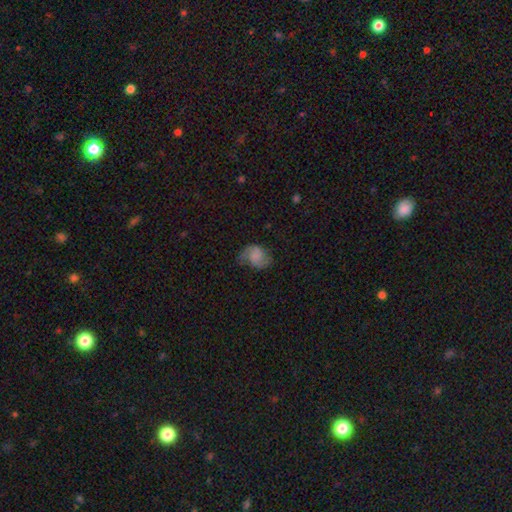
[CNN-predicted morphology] The model was most divided on "smooth or featured": featured or disk: 54%, smooth: 37%, star or artifact: 9%. More confident: edge-on disk — no (98%); spiral arms — yes (90%); bar — no (62%); merging — none (60%); bulge size — none (53%).